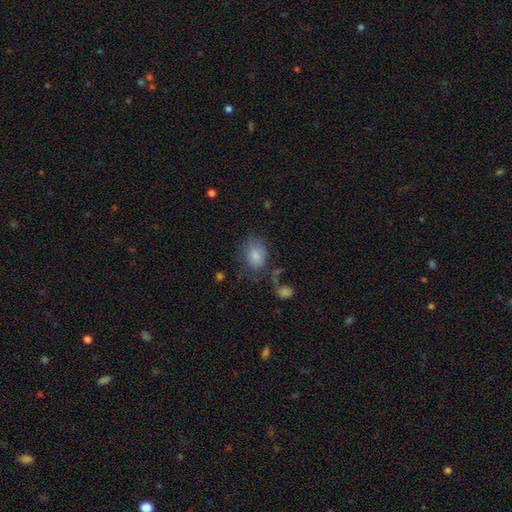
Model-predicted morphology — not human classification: A smooth galaxy with no disk features (81%) that is in between round and cigar-shaped (67%).

Vote fractions:
- Smooth or featured? smooth: 81% / featured or disk: 10% / star or artifact: 9%
- How rounded? in between: 67% / round: 32% / cigar-shaped: 1%
- Merging? none: 53% / minor disturbance: 22% / major disturbance: 17% / merger: 8%